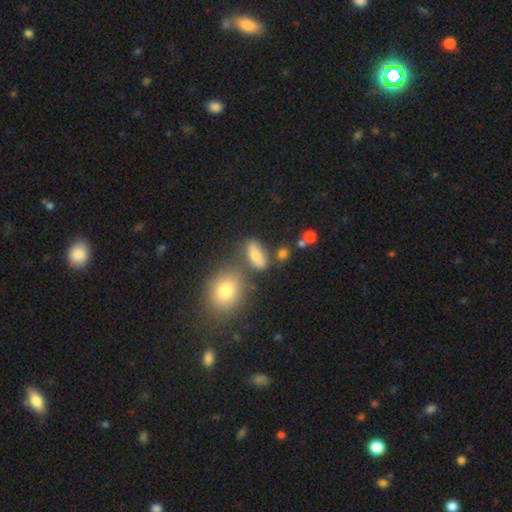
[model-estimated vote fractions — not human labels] This appears to be a smooth galaxy with no disk features (70%) that is in between round and cigar-shaped (73%). Merging: none (61%).